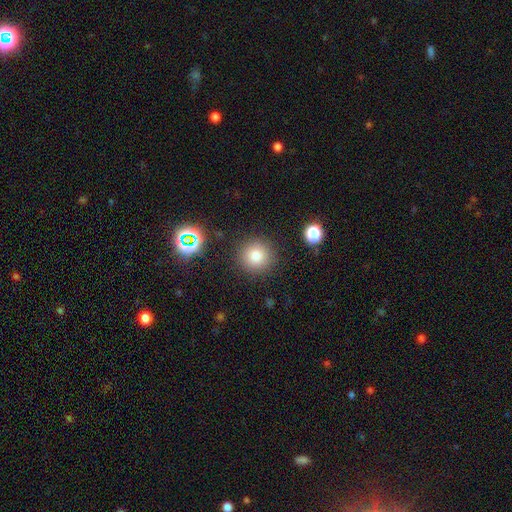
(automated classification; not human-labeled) Morphology: type=smooth (79%); roundness=round (95%); merging=none (88%).